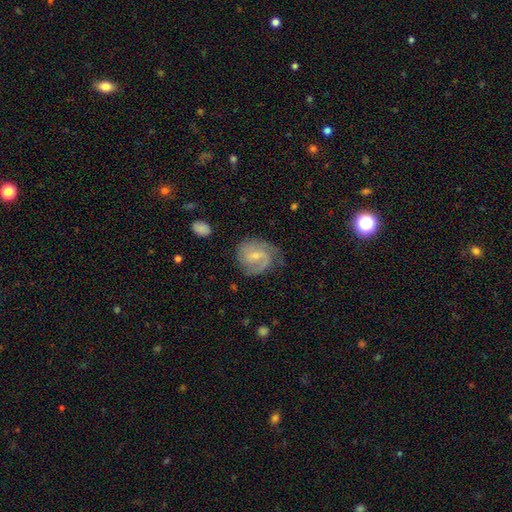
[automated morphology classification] smooth-or-featured: featured or disk: 75% | smooth: 19% | star or artifact: 6%
  disk-edge-on: no: 98% | yes: 2%
    bar: weak: 57% | no: 28% | strong: 15%
    has-spiral-arms: yes: 93% | no: 7%
      spiral-winding: medium: 48% | tight: 31% | loose: 21%
      spiral-arm-count: 2: 68% | 1: 12% | can't tell: 12% | 3: 5% | 4: 2% | more than 4: 2%
    bulge-size: small: 62% | moderate: 30% | none: 6% | large: 1% | dominant: 1%
  merging: none: 67% | minor disturbance: 22% | major disturbance: 9% | merger: 2%